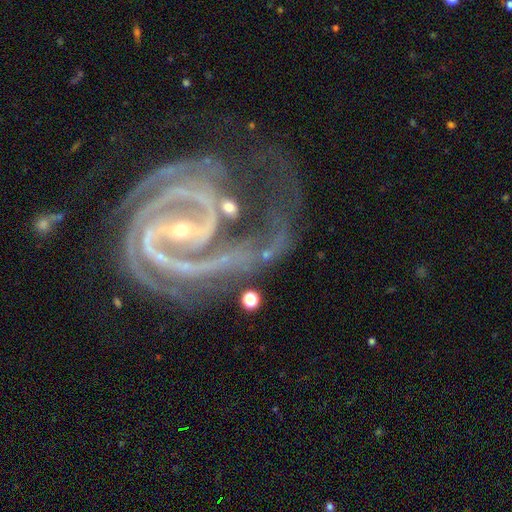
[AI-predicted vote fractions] smooth-or-featured: featured or disk: 93% | star or artifact: 5% | smooth: 2%
  disk-edge-on: no: 98% | yes: 2%
    bar: strong: 53% | weak: 28% | no: 19%
    has-spiral-arms: yes: 99% | no: 1%
      spiral-winding: tight: 59% | medium: 35% | loose: 6%
      spiral-arm-count: 2: 56% | 3: 18% | can't tell: 8% | 4: 6% | 1: 6% | more than 4: 6%
    bulge-size: small: 81% | moderate: 15% | none: 2% | large: 1% | dominant: 1%
  merging: none: 36% | major disturbance: 32% | minor disturbance: 23% | merger: 8%